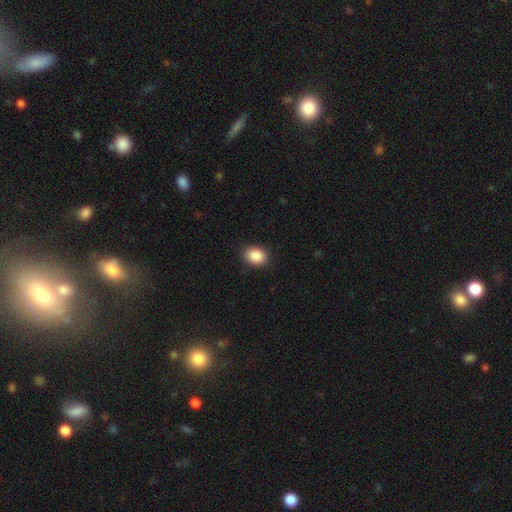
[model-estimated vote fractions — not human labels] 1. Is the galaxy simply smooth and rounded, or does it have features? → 88% smooth, 8% star or artifact, 4% featured or disk.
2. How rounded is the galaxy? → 57% in between, 42% round, 1% cigar-shaped.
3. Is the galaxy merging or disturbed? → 89% none, 8% minor disturbance, 2% major disturbance, 1% merger.